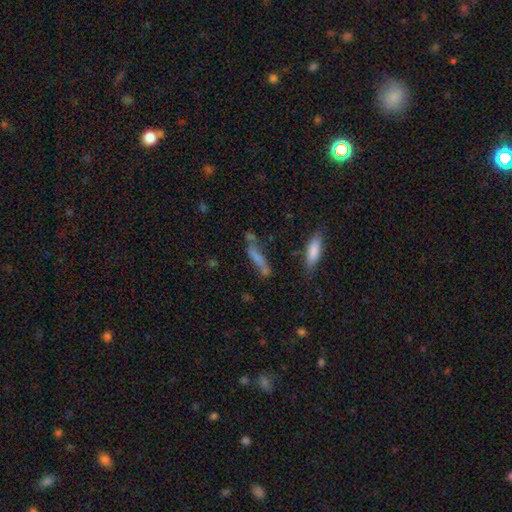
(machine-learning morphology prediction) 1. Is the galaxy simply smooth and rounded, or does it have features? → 62% smooth, 26% featured or disk, 12% star or artifact.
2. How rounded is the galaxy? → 77% cigar-shaped, 20% in between, 3% round.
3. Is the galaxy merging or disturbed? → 50% none, 22% minor disturbance, 17% merger, 12% major disturbance.